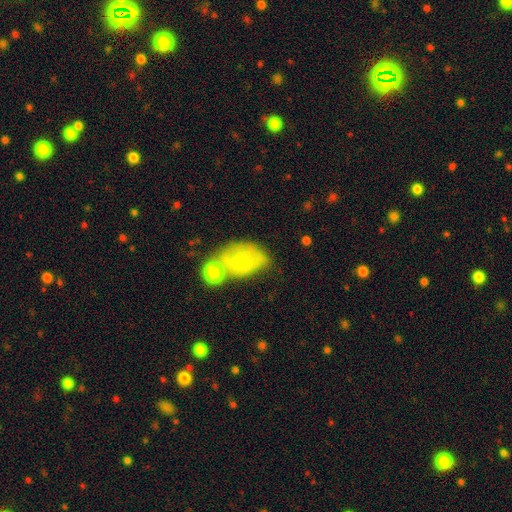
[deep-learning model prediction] Smooth or featured? smooth (53%)
How rounded? in between (73%)
Merging? none (33%)